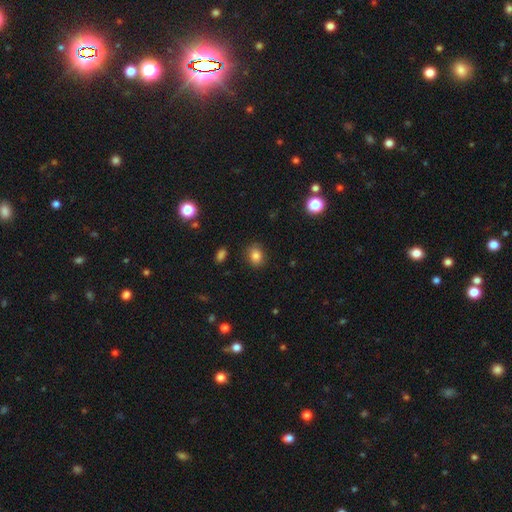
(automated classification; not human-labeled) A smooth galaxy with no disk features (83%) that is in between round and cigar-shaped (56%).

Vote fractions:
- Smooth or featured? smooth: 83% / star or artifact: 10% / featured or disk: 6%
- How rounded? in between: 56% / round: 43% / cigar-shaped: 1%
- Merging? none: 83% / minor disturbance: 12% / major disturbance: 3% / merger: 1%